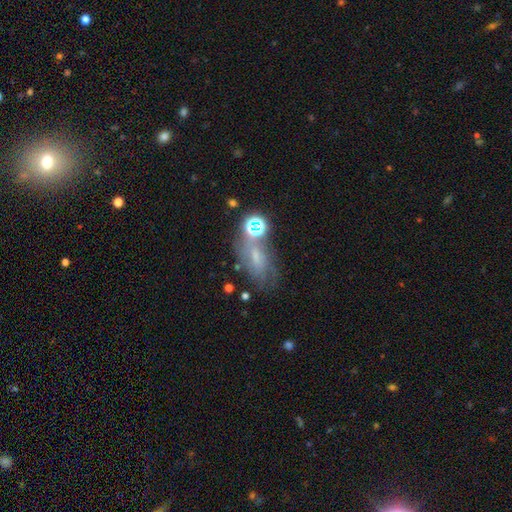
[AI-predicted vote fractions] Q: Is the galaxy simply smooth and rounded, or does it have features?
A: featured or disk — 37%.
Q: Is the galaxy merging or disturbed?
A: none — 50%.